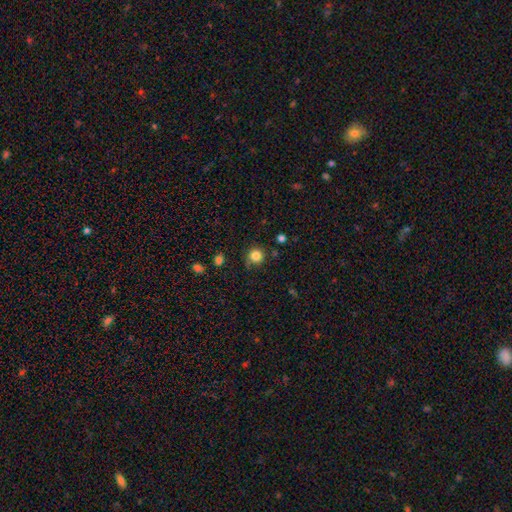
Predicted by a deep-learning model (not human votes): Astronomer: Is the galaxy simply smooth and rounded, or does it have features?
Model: smooth — 83%.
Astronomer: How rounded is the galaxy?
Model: round — 93%.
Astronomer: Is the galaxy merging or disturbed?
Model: none — 76%.